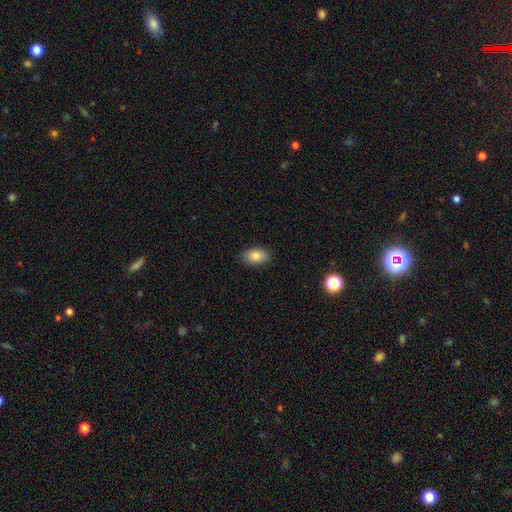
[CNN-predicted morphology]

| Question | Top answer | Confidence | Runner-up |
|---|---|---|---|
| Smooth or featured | smooth | 84% | featured or disk (8%) |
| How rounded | in between | 91% | round (7%) |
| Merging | none | 86% | minor disturbance (10%) |